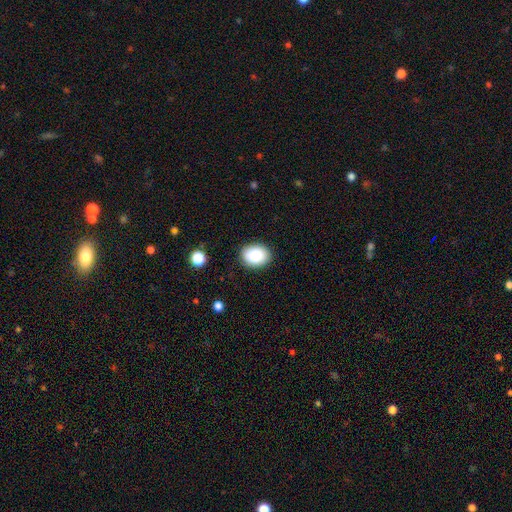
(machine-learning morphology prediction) Overall: smooth (87%). How rounded: in between (62%; round 37%). Merging: none (87%).